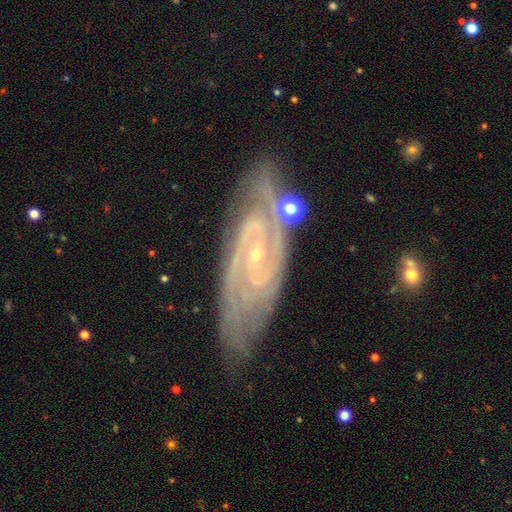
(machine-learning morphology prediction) Smooth or featured: featured or disk — 91% (star or artifact — 5%)
Edge-on disk: no — 93% (yes — 7%)
Bar: weak — 43% (no — 35%)
Spiral arms: yes — 98% (no — 2%)
Spiral winding: tight — 61% (medium — 33%)
Spiral arm count: 2 — 65% (3 — 12%)
Bulge size: small — 85% (moderate — 10%)
Merging: none — 72% (minor disturbance — 19%)